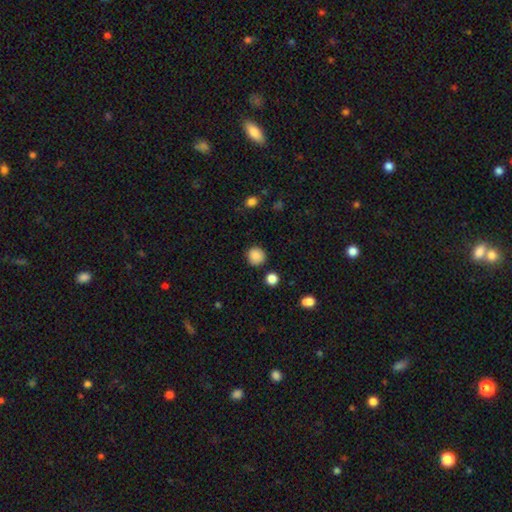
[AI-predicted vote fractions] Smooth or featured? smooth (87%)
How rounded? round (91%)
Merging? none (87%)